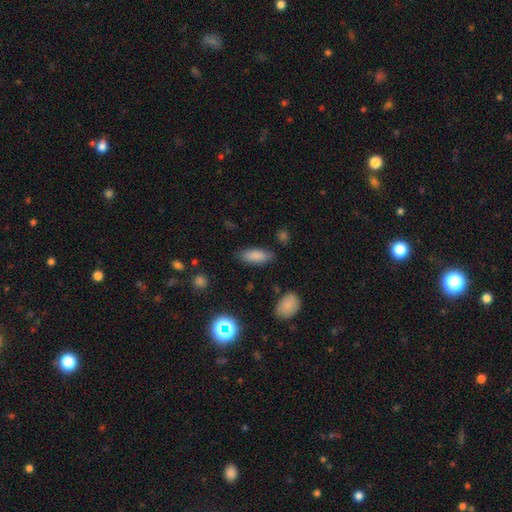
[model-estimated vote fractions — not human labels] smooth-or-featured: smooth: 84% | star or artifact: 8% | featured or disk: 8%
  how-rounded: in between: 81% | cigar-shaped: 17% | round: 2%
  merging: none: 81% | minor disturbance: 14% | major disturbance: 3% | merger: 2%